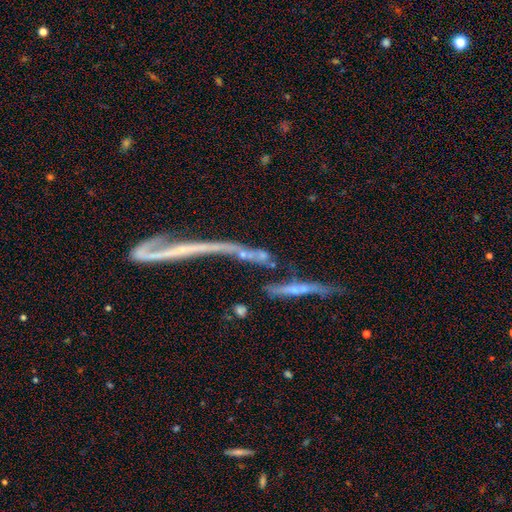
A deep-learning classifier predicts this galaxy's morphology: featured or disk 45%, smooth 28%, star or artifact 27%. Down the decision tree: merging — none (40%).